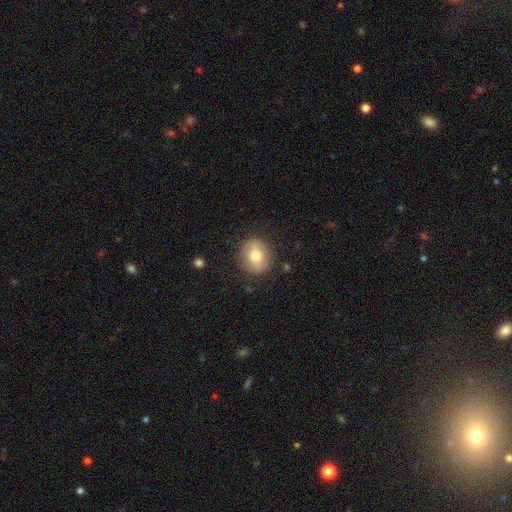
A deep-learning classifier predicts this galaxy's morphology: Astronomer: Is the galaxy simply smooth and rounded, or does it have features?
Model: smooth — 73%.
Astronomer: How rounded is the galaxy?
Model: round — 83%.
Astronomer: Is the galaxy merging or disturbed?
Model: none — 87%.